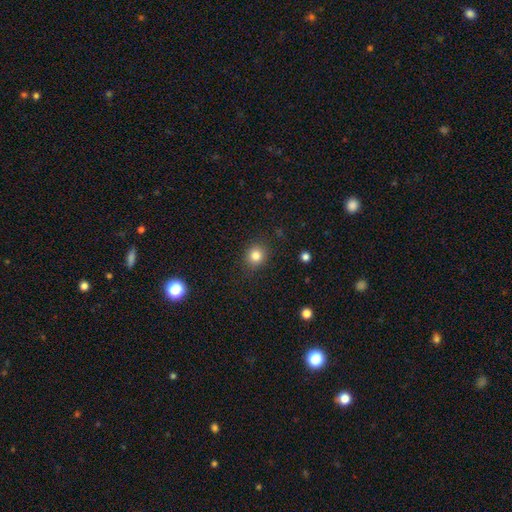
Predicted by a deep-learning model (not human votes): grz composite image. It shows a smooth galaxy with no disk features (82%) that is round (80%). Merging: none (87%).